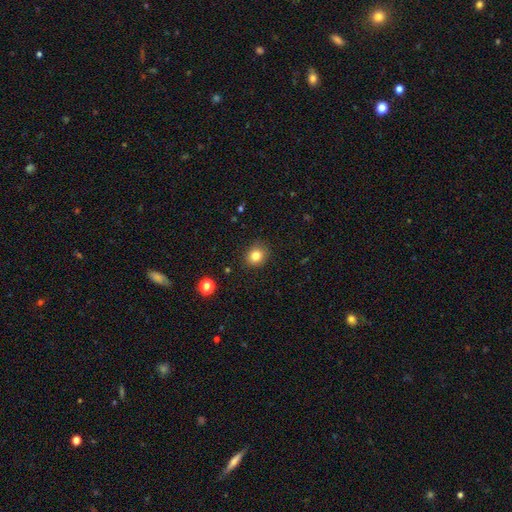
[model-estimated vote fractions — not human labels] The model was most divided on "how rounded": round: 75%, in between: 24%, cigar-shaped: 1%. More confident: merging — none (88%); smooth or featured — smooth (81%).